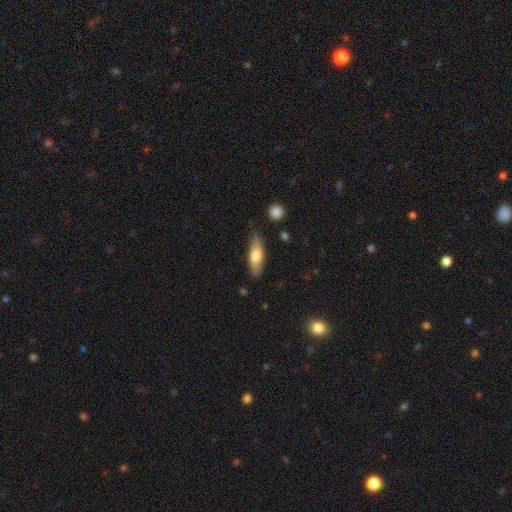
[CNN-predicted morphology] Smooth or featured?
  - smooth: 67% *
  - featured or disk: 27%
  - star or artifact: 6%
How rounded?
  - cigar-shaped: 50% *
  - in between: 48%
  - round: 2%
Merging?
  - none: 77% *
  - minor disturbance: 17%
  - major disturbance: 4%
  - merger: 2%